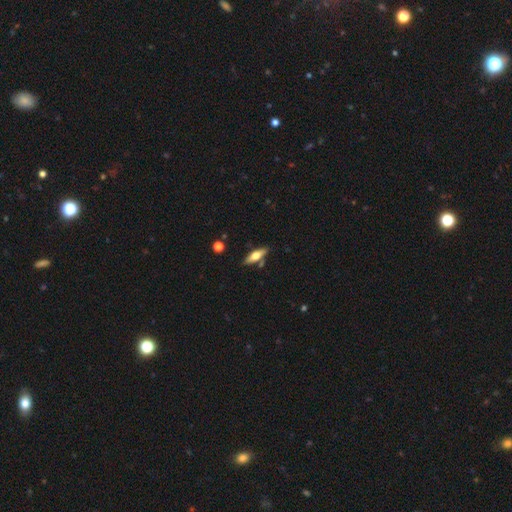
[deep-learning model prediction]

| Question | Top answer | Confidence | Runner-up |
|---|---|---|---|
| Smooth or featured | smooth | 49% | featured or disk (45%) |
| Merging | none | 79% | minor disturbance (12%) |